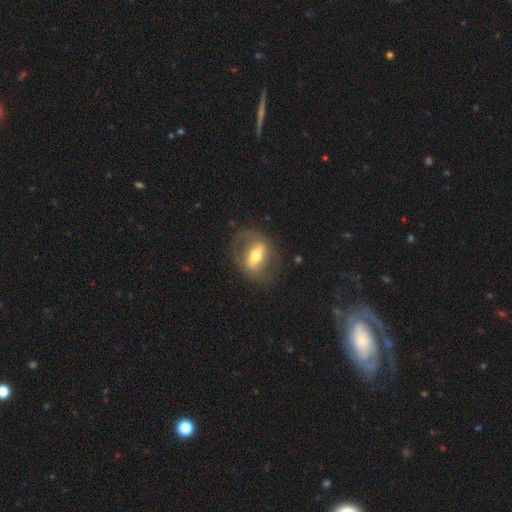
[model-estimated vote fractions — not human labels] smooth-or-featured: featured or disk: 64% | smooth: 30% | star or artifact: 6%
  disk-edge-on: no: 85% | yes: 15%
    bar: strong: 56% | weak: 29% | no: 15%
    has-spiral-arms: yes: 51% | no: 49%
    bulge-size: moderate: 66% | large: 16% | small: 14% | dominant: 2% | none: 1%
  merging: none: 69% | minor disturbance: 16% | major disturbance: 13% | merger: 2%